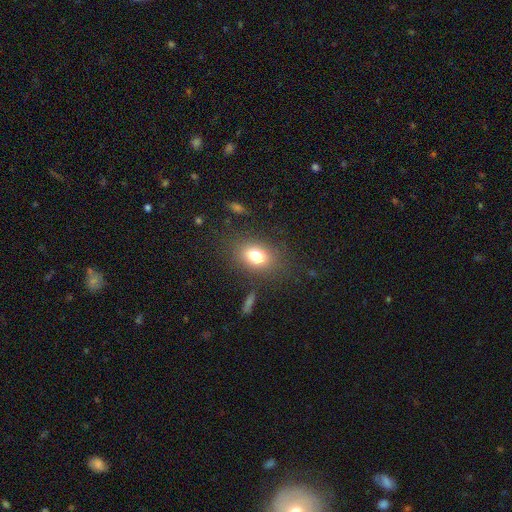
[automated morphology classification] The model was most divided on "how rounded": in between: 75%, round: 23%, cigar-shaped: 2%. More confident: merging — none (80%); smooth or featured — smooth (78%).